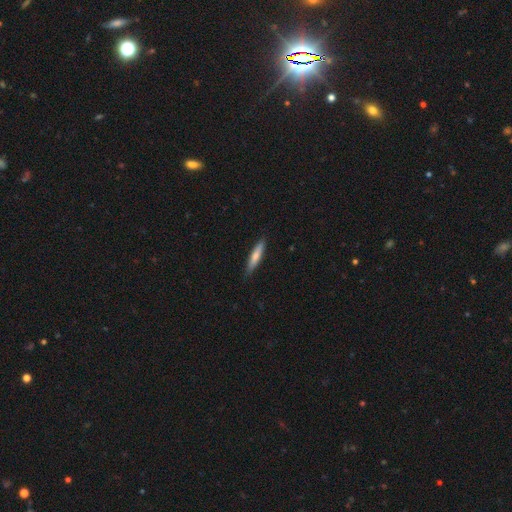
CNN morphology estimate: smooth-or-featured: smooth: 70% | featured or disk: 24% | star or artifact: 6%
  how-rounded: cigar-shaped: 87% | in between: 12% | round: 1%
  merging: none: 87% | minor disturbance: 10% | major disturbance: 2% | merger: 1%